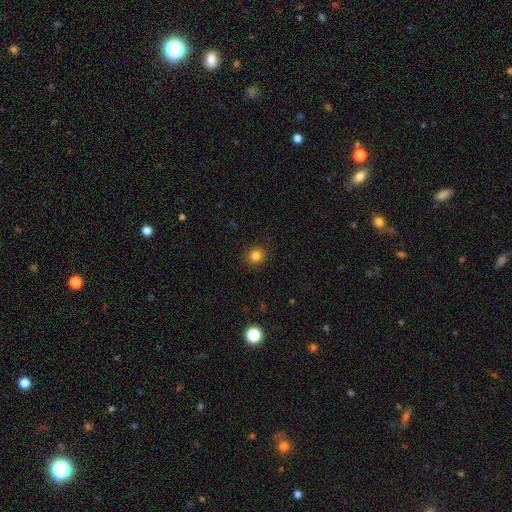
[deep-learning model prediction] smooth-or-featured: smooth: 82% | star or artifact: 13% | featured or disk: 5%
  how-rounded: round: 90% | in between: 9% | cigar-shaped: 1%
  merging: none: 91% | minor disturbance: 6% | major disturbance: 2% | merger: 1%